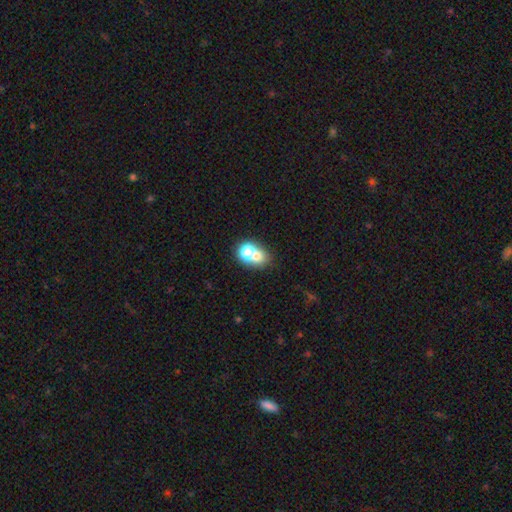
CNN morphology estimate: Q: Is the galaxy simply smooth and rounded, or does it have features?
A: smooth — 67%.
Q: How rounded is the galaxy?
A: round — 60%.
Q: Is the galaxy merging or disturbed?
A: merger — 58%.